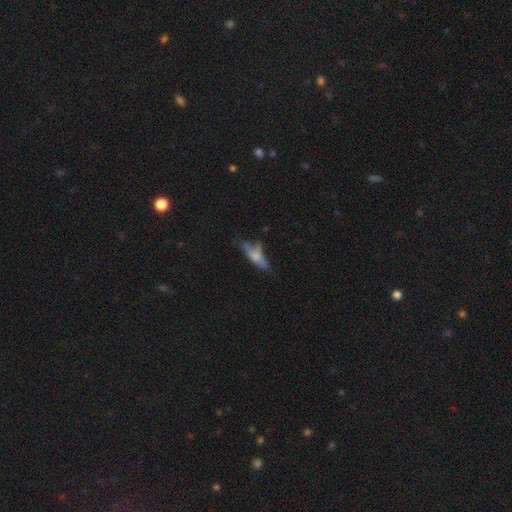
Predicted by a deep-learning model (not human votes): Overall: smooth (59%; featured or disk 32%). How rounded: cigar-shaped (54%; in between 43%). Merging: none (43%; minor disturbance 29%).